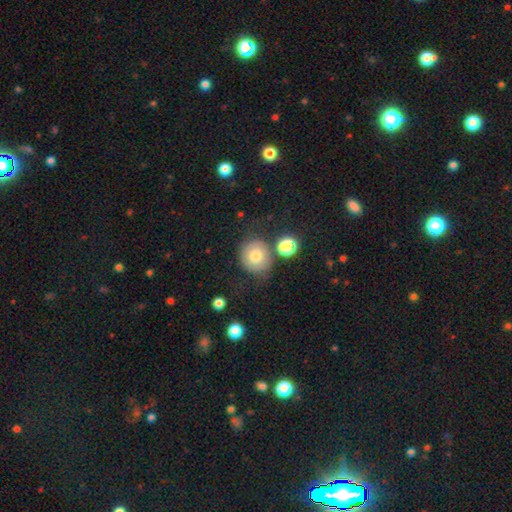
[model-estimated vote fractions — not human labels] smooth_or_featured: smooth (p=0.73) [alt: featured or disk p=0.16]
how_rounded: round (p=0.86) [alt: in between p=0.13]
merging: none (p=0.69) [alt: minor disturbance p=0.15]